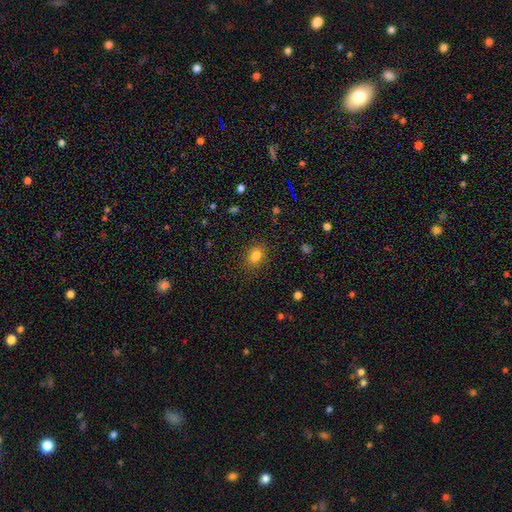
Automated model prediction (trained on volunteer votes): A smooth galaxy with no disk features (81%) that is in between round and cigar-shaped (69%).

Vote fractions:
- Smooth or featured? smooth: 81% / star or artifact: 12% / featured or disk: 7%
- How rounded? in between: 69% / round: 30% / cigar-shaped: 2%
- Merging? none: 83% / minor disturbance: 11% / major disturbance: 4% / merger: 2%